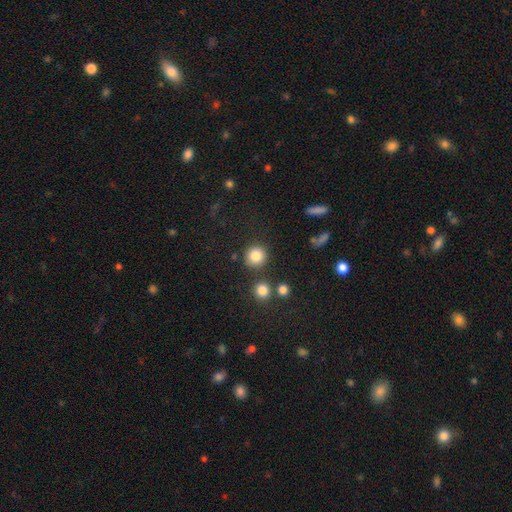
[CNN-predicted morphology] This is clearly a smooth galaxy (83%). How rounded: clearly round (91%). Merging: clearly none (81%).